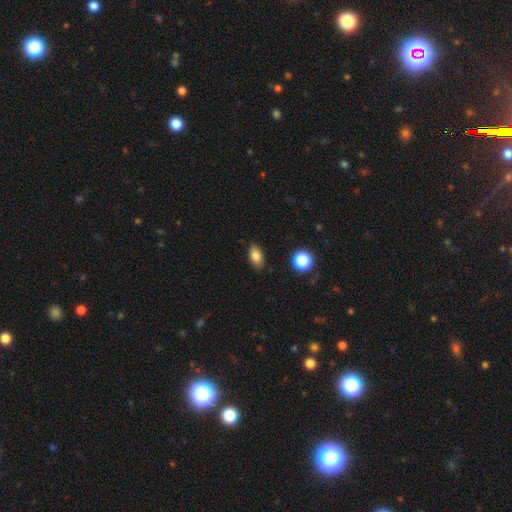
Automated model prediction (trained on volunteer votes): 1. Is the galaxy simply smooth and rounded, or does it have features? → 84% smooth, 10% star or artifact, 6% featured or disk.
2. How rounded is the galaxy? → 87% in between, 11% round, 2% cigar-shaped.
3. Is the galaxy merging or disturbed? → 87% none, 9% minor disturbance, 2% major disturbance, 1% merger.